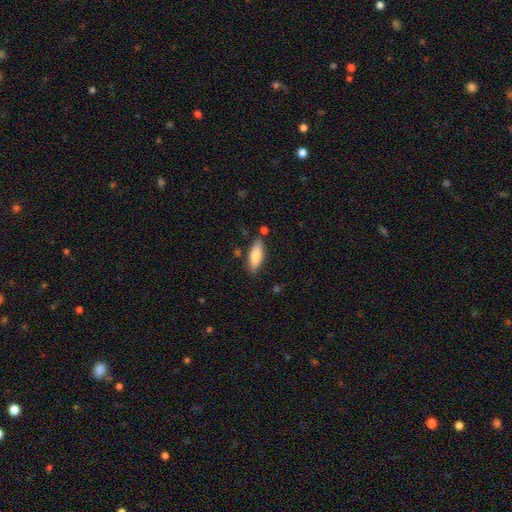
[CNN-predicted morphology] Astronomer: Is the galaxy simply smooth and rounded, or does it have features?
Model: smooth — 79%.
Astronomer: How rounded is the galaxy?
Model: in between — 61% (runner-up: cigar-shaped, 37%).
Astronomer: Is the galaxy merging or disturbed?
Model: none — 80%.